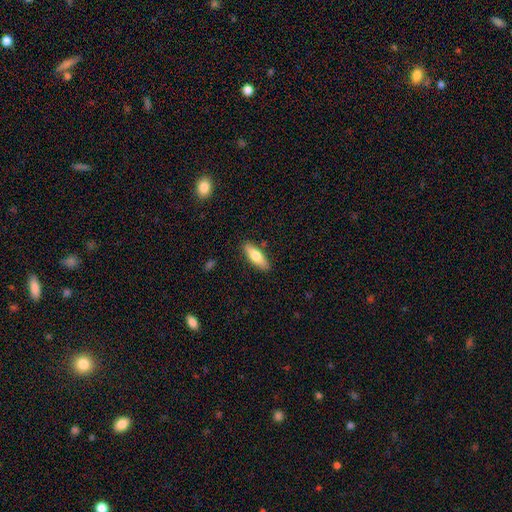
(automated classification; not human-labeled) Smooth or featured?
  - smooth: 70% *
  - featured or disk: 24%
  - star or artifact: 6%
How rounded?
  - in between: 51% *
  - cigar-shaped: 47%
  - round: 2%
Merging?
  - none: 86% *
  - minor disturbance: 10%
  - major disturbance: 2%
  - merger: 2%